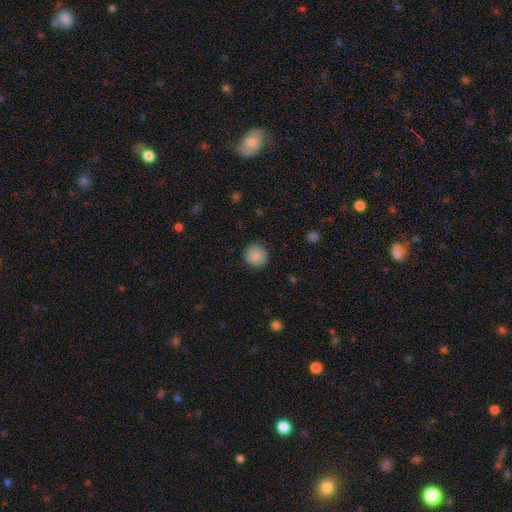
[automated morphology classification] Overall: smooth (88%). How rounded: round (91%). Merging: none (90%).